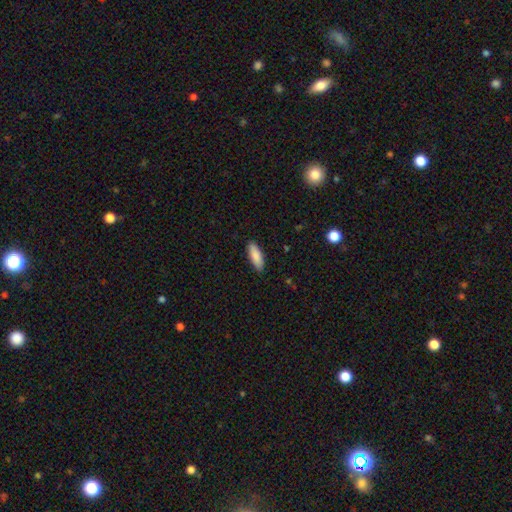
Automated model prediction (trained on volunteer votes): This appears to be a smooth galaxy with no disk features (88%) that is in between round and cigar-shaped (65%). Merging: none (88%).